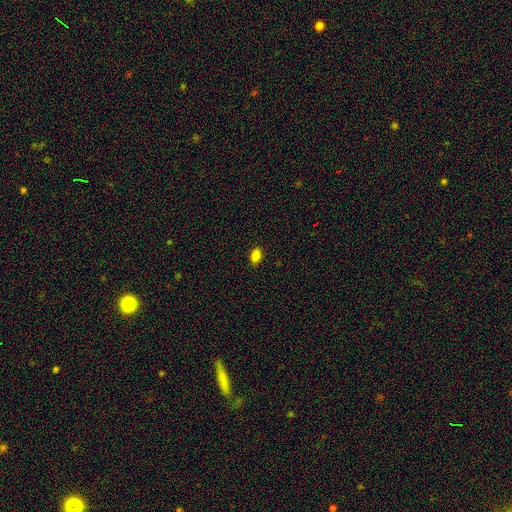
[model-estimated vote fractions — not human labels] A smooth galaxy with no disk features (86%) that is in between round and cigar-shaped (88%).

Vote fractions:
- Smooth or featured? smooth: 86% / star or artifact: 10% / featured or disk: 4%
- How rounded? in between: 88% / round: 9% / cigar-shaped: 3%
- Merging? none: 88% / minor disturbance: 9% / major disturbance: 2% / merger: 1%